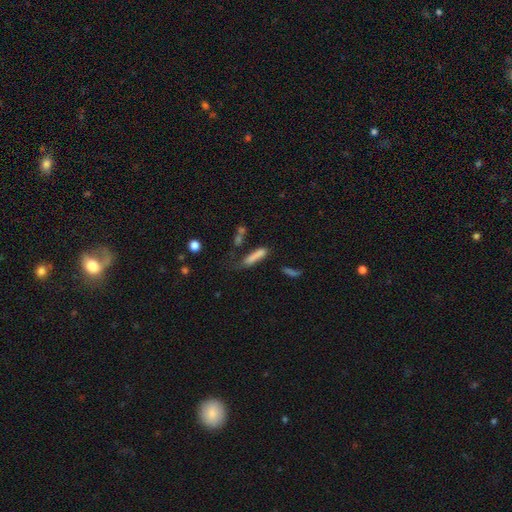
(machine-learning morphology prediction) smooth 75%, featured or disk 14%, star or artifact 10%. Down the decision tree: how rounded — cigar-shaped (75%); merging — none (46%).